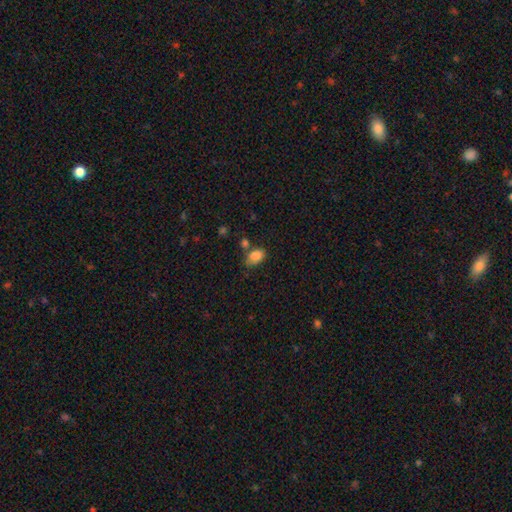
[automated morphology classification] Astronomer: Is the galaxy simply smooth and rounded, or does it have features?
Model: smooth — 85%.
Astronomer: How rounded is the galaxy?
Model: in between — 82%.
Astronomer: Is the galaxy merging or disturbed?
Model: none — 55%.